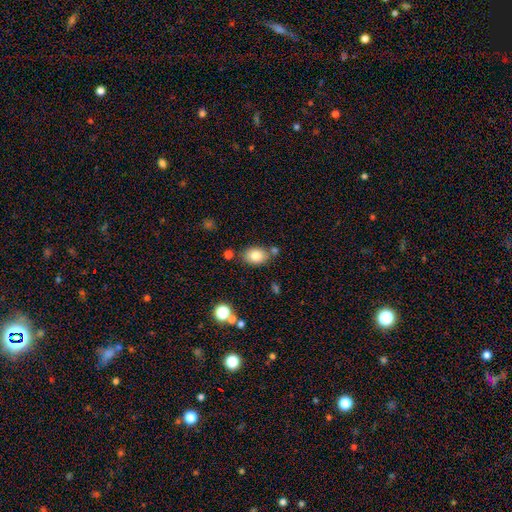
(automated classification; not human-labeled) Smooth or featured?
  - smooth: 81% *
  - featured or disk: 10%
  - star or artifact: 9%
How rounded?
  - in between: 77% *
  - round: 22%
  - cigar-shaped: 1%
Merging?
  - none: 72% *
  - minor disturbance: 15%
  - merger: 10%
  - major disturbance: 4%